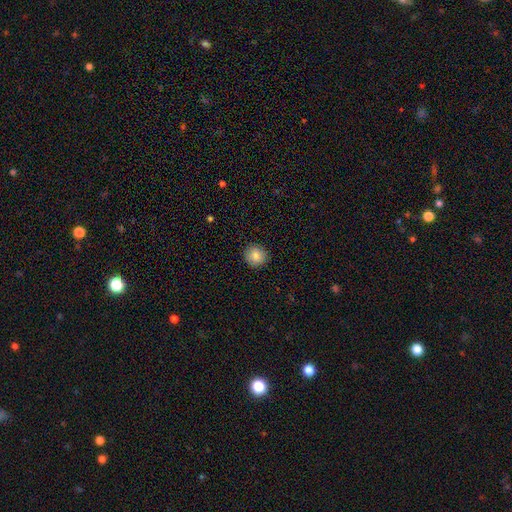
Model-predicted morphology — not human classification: Smooth or featured? Predicted: smooth (p=0.84). How rounded? Predicted: round (p=0.91). Merging? Predicted: none (p=0.91).